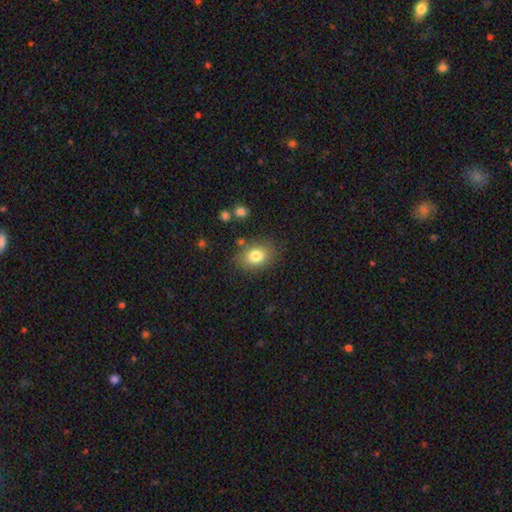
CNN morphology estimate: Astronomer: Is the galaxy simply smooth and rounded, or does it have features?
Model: smooth — 80%.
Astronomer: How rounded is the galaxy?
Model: in between — 68%.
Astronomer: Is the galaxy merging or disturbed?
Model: none — 79%.